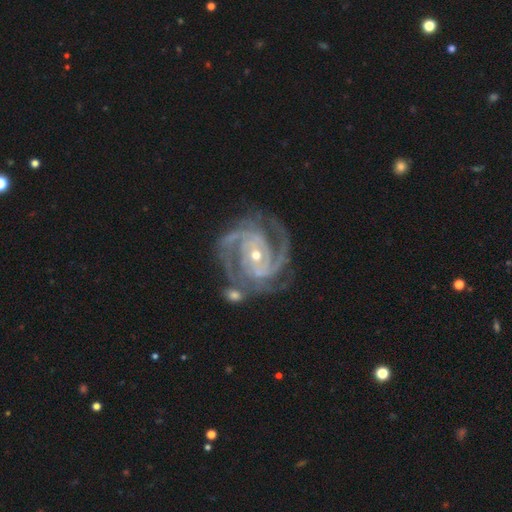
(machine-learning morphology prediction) Smooth or featured?
  - featured or disk: 93% *
  - star or artifact: 5%
  - smooth: 3%
Edge-on disk?
  - no: 98% *
  - yes: 2%
Bar?
  - no: 41% *
  - weak: 34%
  - strong: 25%
Spiral arms?
  - yes: 99% *
  - no: 1%
Spiral winding?
  - tight: 62% *
  - medium: 34%
  - loose: 4%
Spiral arm count?
  - 3: 36% *
  - 2: 35%
  - 4: 11%
  - can't tell: 8%
  - more than 4: 5%
  - 1: 5%
Bulge size?
  - small: 61% *
  - moderate: 36%
  - large: 1%
  - none: 1%
  - dominant: 1%
Merging?
  - none: 65% *
  - minor disturbance: 17%
  - merger: 9%
  - major disturbance: 8%